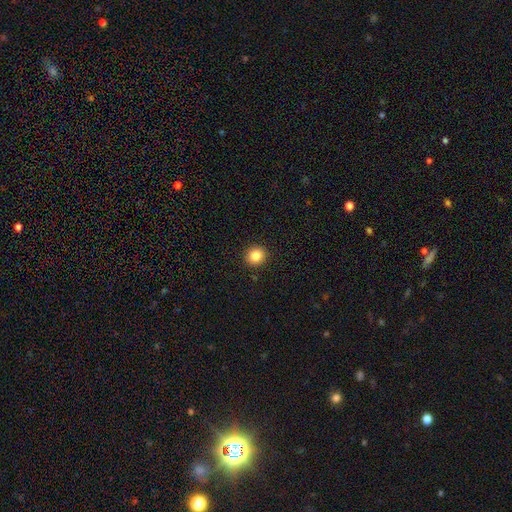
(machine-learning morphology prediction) This appears to be a smooth galaxy with no disk features (84%) that is round (90%). Merging: none (92%).